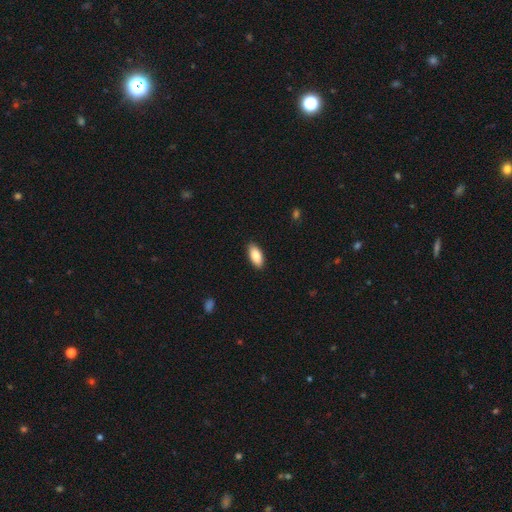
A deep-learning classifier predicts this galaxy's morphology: Smooth or featured: smooth — 86% (featured or disk — 8%)
How rounded: in between — 89% (cigar-shaped — 9%)
Merging: none — 89% (minor disturbance — 8%)